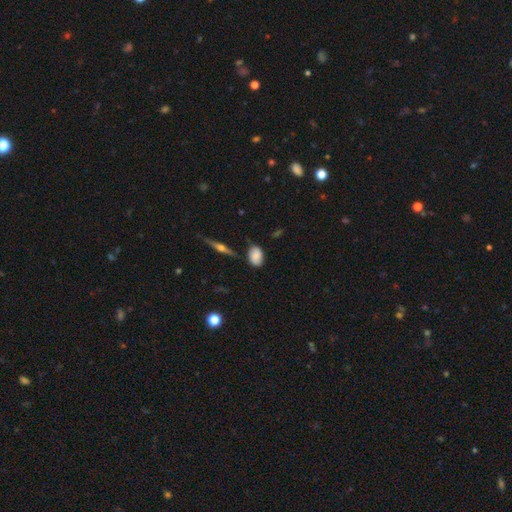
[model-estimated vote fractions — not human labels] smooth 78%, featured or disk 13%, star or artifact 8%. Down the decision tree: how rounded — in between (81%); merging — none (74%).